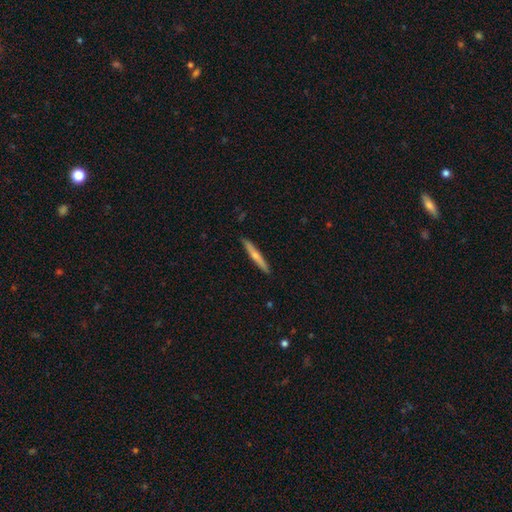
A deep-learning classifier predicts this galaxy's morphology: Overall: smooth (48%; featured or disk 46%). Merging: none (91%).